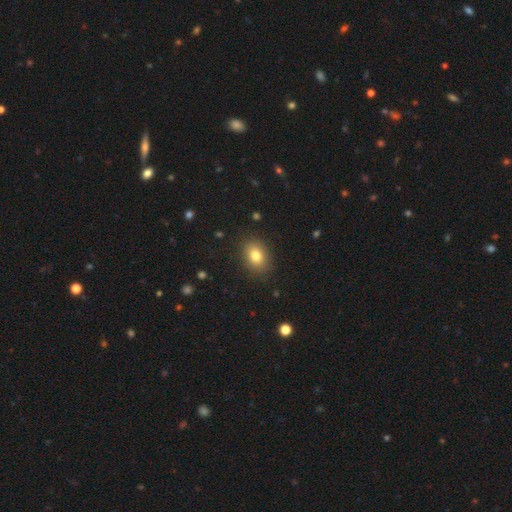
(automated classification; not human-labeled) Smooth or featured?
  - smooth: 81% *
  - star or artifact: 10%
  - featured or disk: 9%
How rounded?
  - in between: 71% *
  - round: 28%
  - cigar-shaped: 1%
Merging?
  - none: 86% *
  - minor disturbance: 10%
  - major disturbance: 3%
  - merger: 1%